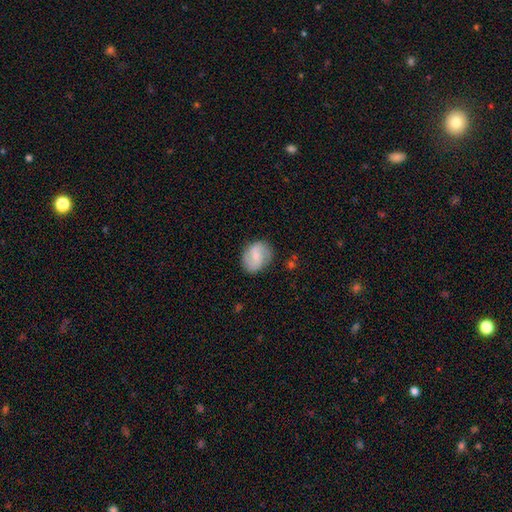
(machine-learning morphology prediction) smooth 56%, featured or disk 38%, star or artifact 7%. Down the decision tree: how rounded — in between (54%); merging — none (79%).